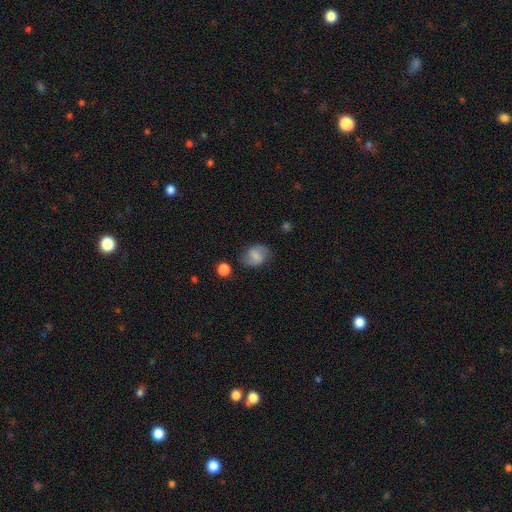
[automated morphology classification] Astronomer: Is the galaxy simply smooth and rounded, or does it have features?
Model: smooth — 53% (runner-up: featured or disk, 37%).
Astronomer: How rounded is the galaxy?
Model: in between — 62%.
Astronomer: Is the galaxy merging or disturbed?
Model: none — 75%.